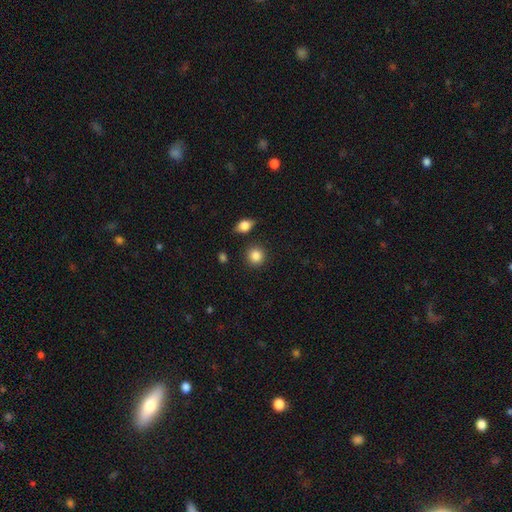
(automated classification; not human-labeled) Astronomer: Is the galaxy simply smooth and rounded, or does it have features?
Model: smooth — 86%.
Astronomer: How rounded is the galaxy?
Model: round — 89%.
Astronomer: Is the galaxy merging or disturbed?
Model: none — 87%.